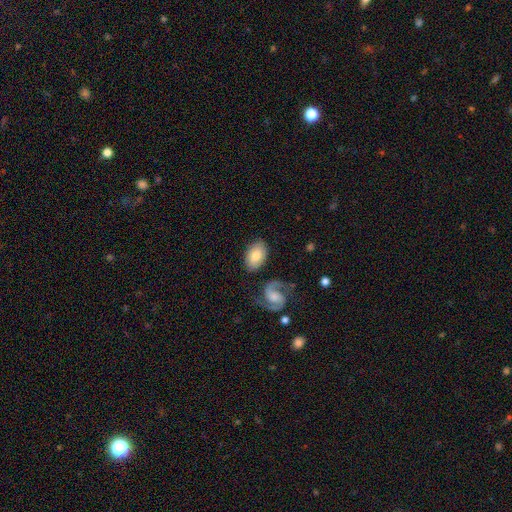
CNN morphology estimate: This is likely a smooth galaxy (67%). How rounded: clearly in between (88%). Merging: likely none (76%).